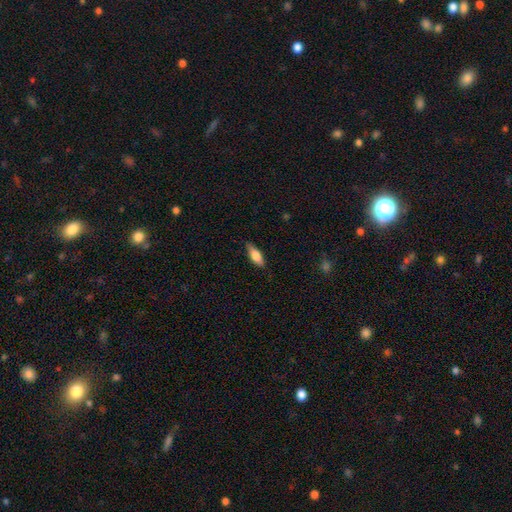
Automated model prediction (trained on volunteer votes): Smooth or featured: smooth — 74% (featured or disk — 19%)
How rounded: in between — 65% (cigar-shaped — 33%)
Merging: none — 81% (minor disturbance — 15%)